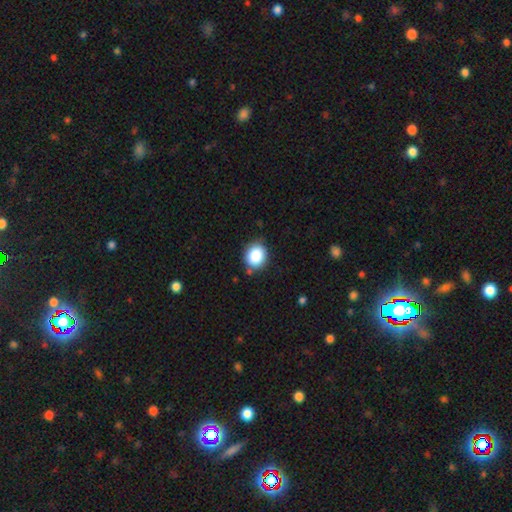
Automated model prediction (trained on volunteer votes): smooth_or_featured: smooth (p=0.87) [alt: star or artifact p=0.09]
how_rounded: round (p=0.71) [alt: in between p=0.28]
merging: none (p=0.81) [alt: minor disturbance p=0.13]